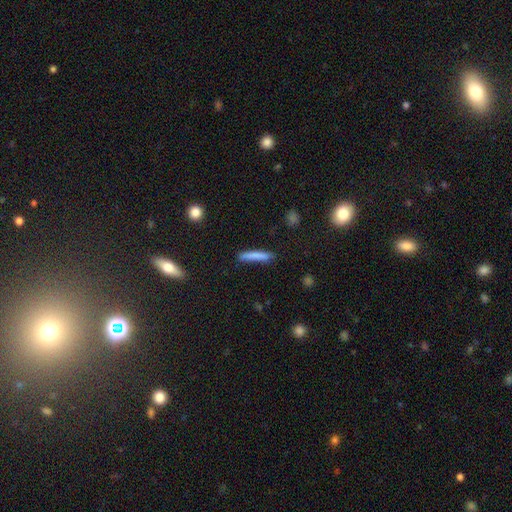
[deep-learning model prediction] Smooth or featured? smooth (79%)
How rounded? cigar-shaped (92%)
Merging? none (80%)